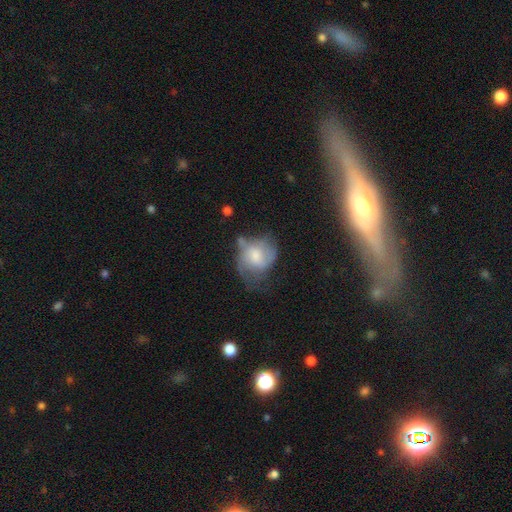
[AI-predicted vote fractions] A smooth galaxy with no disk features (46%, tied with featured or disk).

Vote fractions:
- Smooth or featured? smooth: 46% (tied) / featured or disk: 46% (tied) / star or artifact: 8%
- Merging? major disturbance: 32% / minor disturbance: 31% / none: 30% / merger: 7%